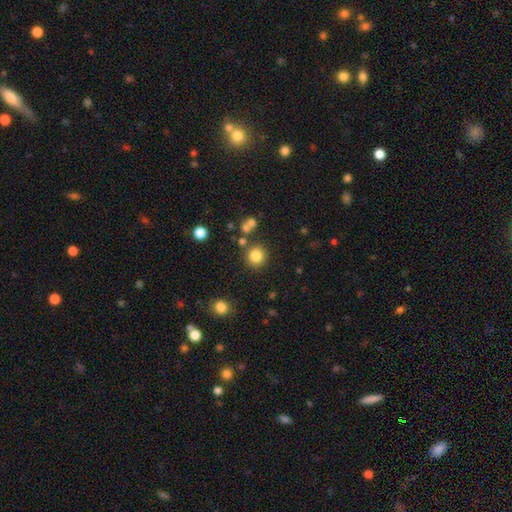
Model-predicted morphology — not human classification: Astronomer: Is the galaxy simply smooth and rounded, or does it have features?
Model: smooth — 82%.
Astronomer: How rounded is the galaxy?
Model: round — 92%.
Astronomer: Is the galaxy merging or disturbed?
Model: none — 82%.